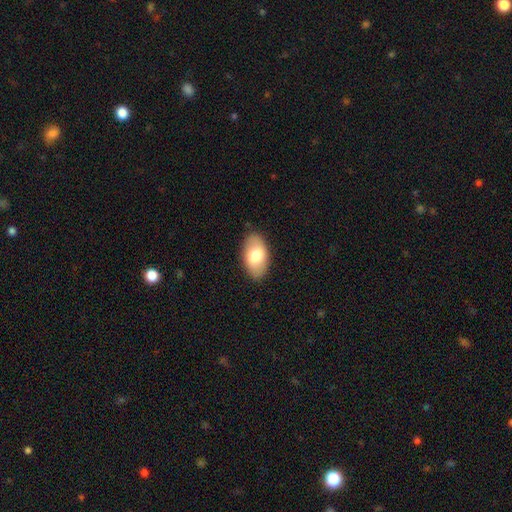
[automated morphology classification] Smooth or featured? smooth (72%)
How rounded? in between (94%)
Merging? none (86%)